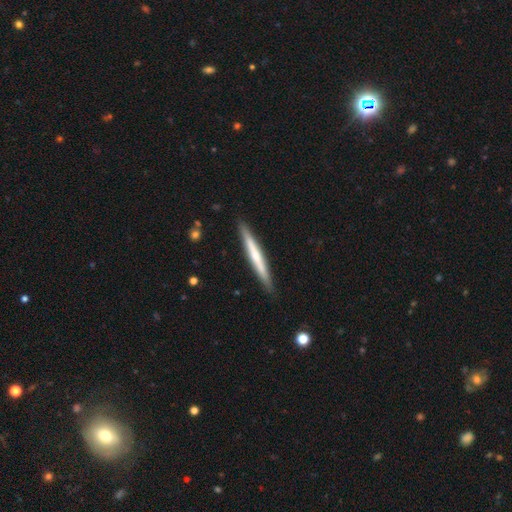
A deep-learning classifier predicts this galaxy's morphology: Q: Smooth or featured?
A: featured or disk (52%); runner-up: smooth (43%)
Q: Edge-on disk?
A: yes (96%); runner-up: no (4%)
Q: Merging?
A: none (90%); runner-up: minor disturbance (7%)